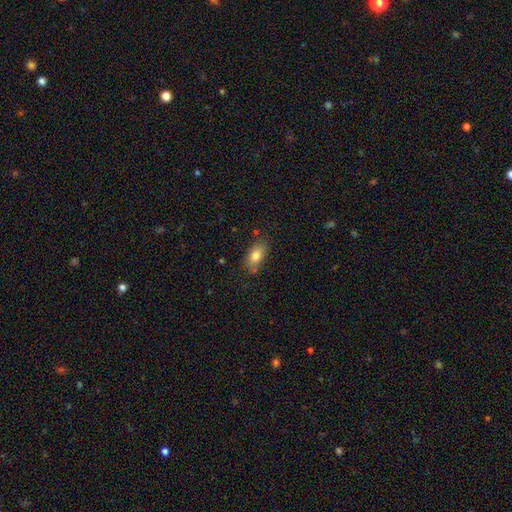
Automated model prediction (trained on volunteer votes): Smooth or featured? Predicted: smooth (p=0.81). How rounded? Predicted: in between (p=0.88). Merging? Predicted: none (p=0.74).